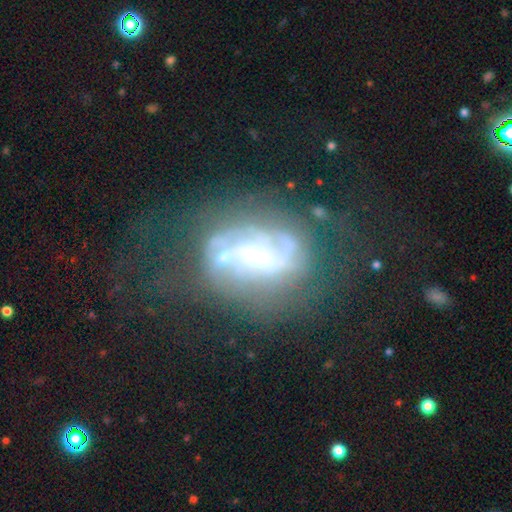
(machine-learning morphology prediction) Smooth or featured: featured or disk — 82% (smooth — 10%)
Edge-on disk: no — 97% (yes — 3%)
Bar: weak — 44% (no — 40%)
Spiral arms: yes — 90% (no — 10%)
Spiral winding: medium — 42% (tight — 41%)
Spiral arm count: 2 — 43% (can't tell — 28%)
Bulge size: small — 57% (moderate — 33%)
Merging: none — 48% (major disturbance — 23%)